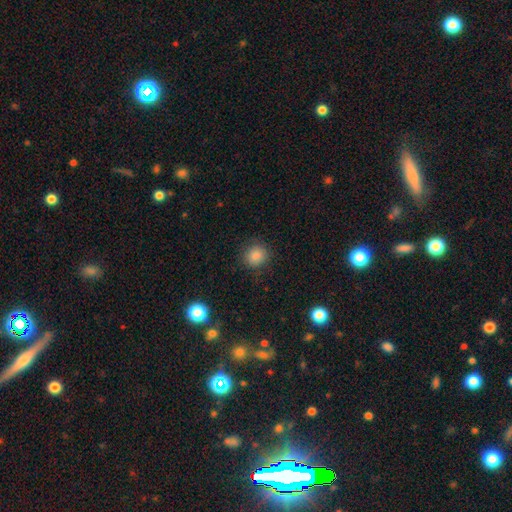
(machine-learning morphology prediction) Smooth or featured? Predicted: smooth (p=0.84). How rounded? Predicted: round (p=0.87). Merging? Predicted: none (p=0.88).